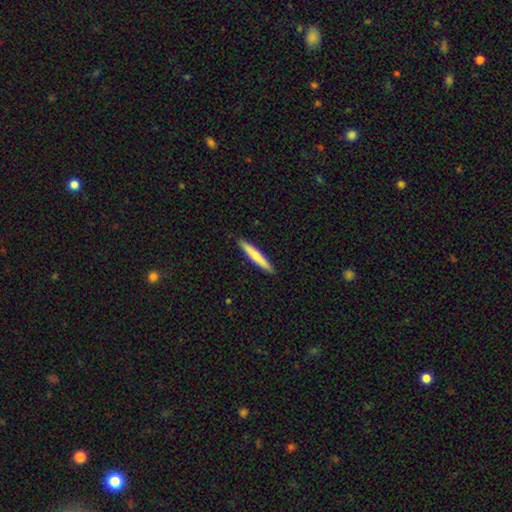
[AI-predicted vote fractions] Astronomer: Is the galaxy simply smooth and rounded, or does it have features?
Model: smooth — 71%.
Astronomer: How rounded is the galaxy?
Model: cigar-shaped — 95%.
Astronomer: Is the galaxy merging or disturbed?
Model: none — 91%.